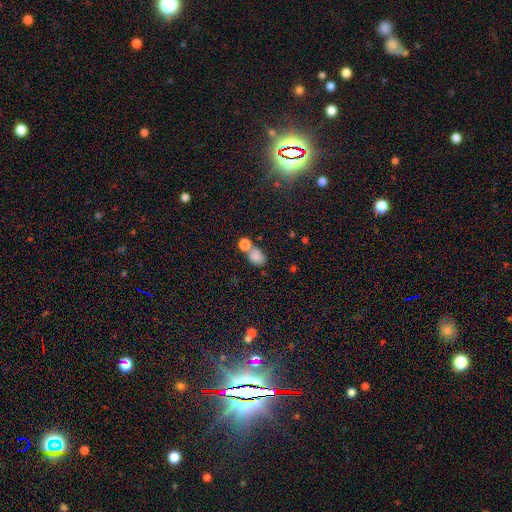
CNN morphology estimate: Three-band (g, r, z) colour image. It shows a smooth galaxy with no disk features (80%) that is in between round and cigar-shaped (67%). Merging: merger (41%, tied with none).